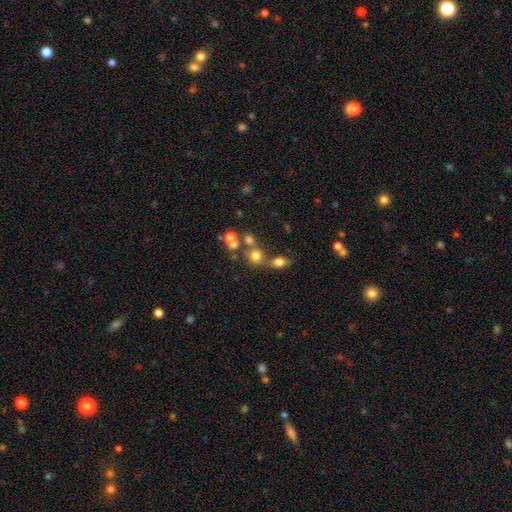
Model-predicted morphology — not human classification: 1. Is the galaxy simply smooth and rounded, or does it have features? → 70% smooth, 17% star or artifact, 13% featured or disk.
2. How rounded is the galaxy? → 78% round, 20% in between, 1% cigar-shaped.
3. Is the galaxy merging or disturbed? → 49% none, 35% merger, 9% minor disturbance, 6% major disturbance.